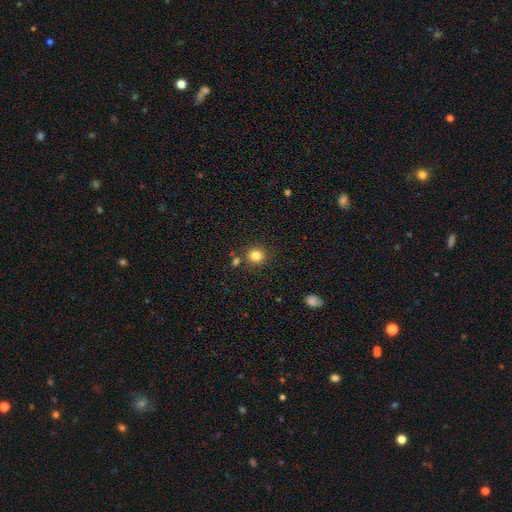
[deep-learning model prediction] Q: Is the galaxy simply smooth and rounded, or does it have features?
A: smooth — 82%.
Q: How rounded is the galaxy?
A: round — 81%.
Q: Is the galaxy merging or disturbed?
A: none — 80%.